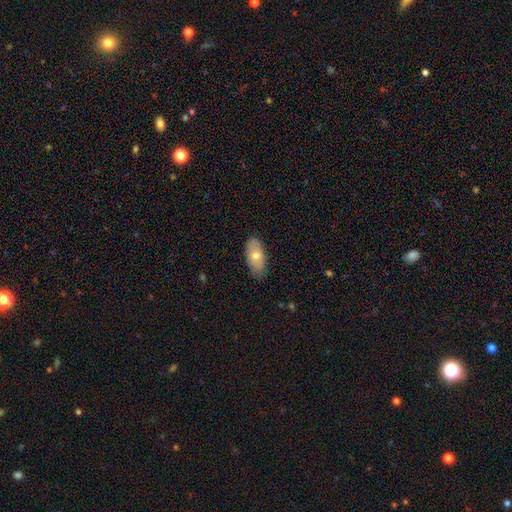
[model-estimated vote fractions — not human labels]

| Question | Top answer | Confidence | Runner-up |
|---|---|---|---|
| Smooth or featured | smooth | 63% | featured or disk (31%) |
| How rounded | in between | 88% | cigar-shaped (8%) |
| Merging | none | 82% | minor disturbance (14%) |